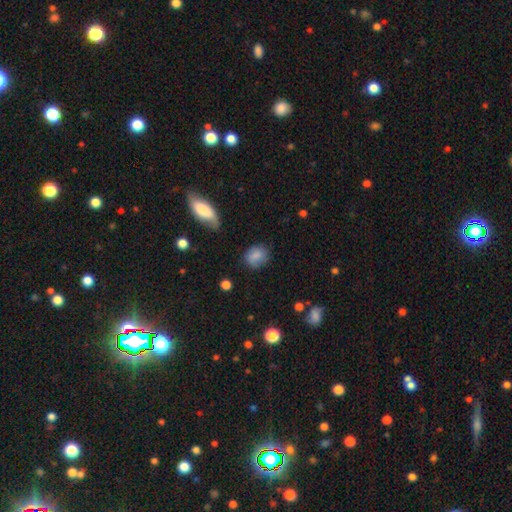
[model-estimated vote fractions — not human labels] Overall: smooth (80%). How rounded: round (56%; in between 42%). Merging: none (72%).